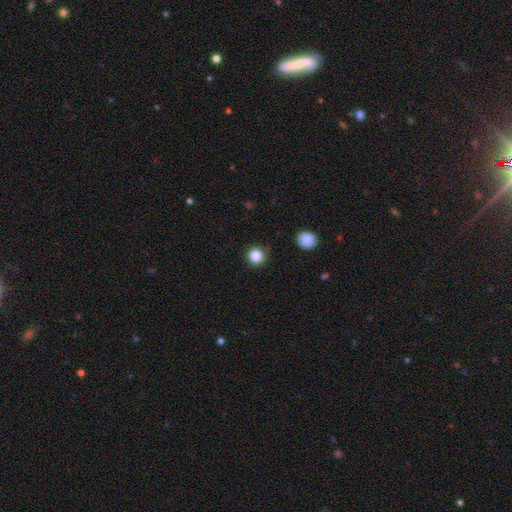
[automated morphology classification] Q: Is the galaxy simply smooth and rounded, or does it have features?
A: smooth — 86%.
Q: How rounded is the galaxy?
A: round — 92%.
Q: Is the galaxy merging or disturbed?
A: none — 87%.